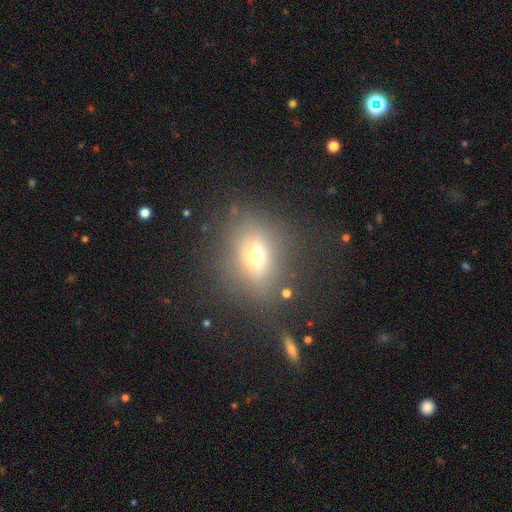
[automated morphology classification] A smooth galaxy with no disk features (59%) that is in between round and cigar-shaped (56%).

Vote fractions:
- Smooth or featured? smooth: 59% / featured or disk: 24% / star or artifact: 17%
- How rounded? in between: 56% / round: 38% / cigar-shaped: 6%
- Merging? none: 76% / minor disturbance: 14% / major disturbance: 7% / merger: 4%